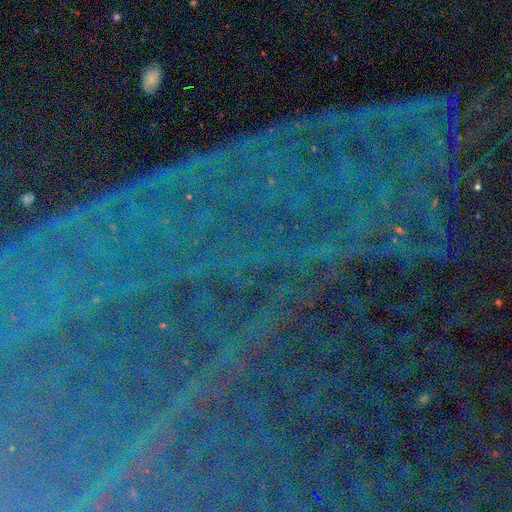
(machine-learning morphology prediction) Smooth or featured? star or artifact (86%)